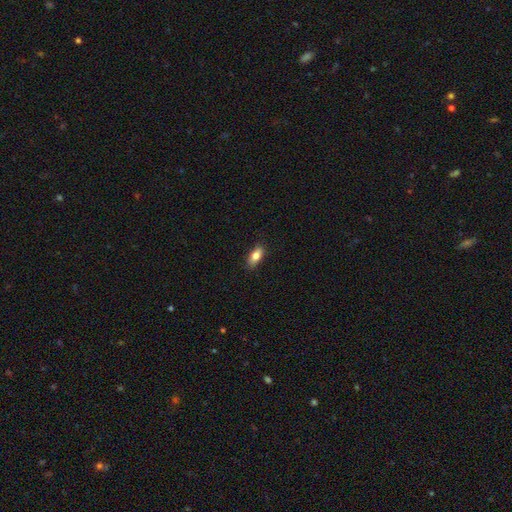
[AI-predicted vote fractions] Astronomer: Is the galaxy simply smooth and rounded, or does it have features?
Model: smooth — 80%.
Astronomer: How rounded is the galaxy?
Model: in between — 84%.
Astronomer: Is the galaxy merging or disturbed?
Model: none — 86%.